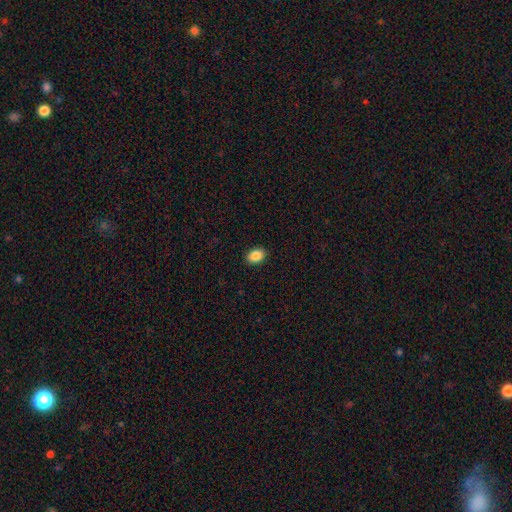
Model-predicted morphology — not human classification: Smooth or featured? smooth (88%)
How rounded? in between (79%)
Merging? none (91%)